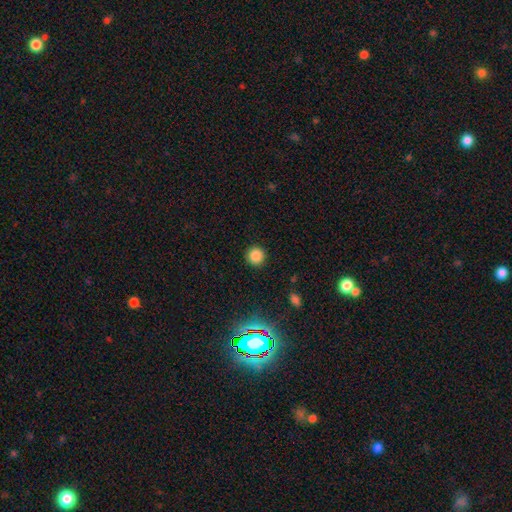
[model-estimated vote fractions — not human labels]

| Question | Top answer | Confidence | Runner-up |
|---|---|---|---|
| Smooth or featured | smooth | 84% | star or artifact (13%) |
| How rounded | round | 94% | in between (5%) |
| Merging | none | 91% | minor disturbance (5%) |